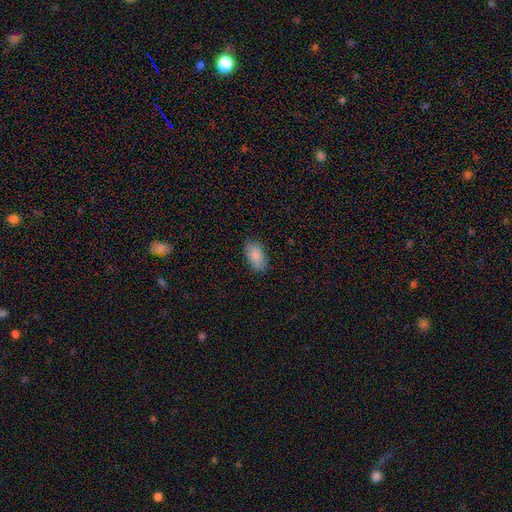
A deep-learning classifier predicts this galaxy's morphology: The model was most divided on "merging": none: 84%, minor disturbance: 12%, major disturbance: 3%, merger: 1%. More confident: how rounded — in between (94%); smooth or featured — smooth (87%).